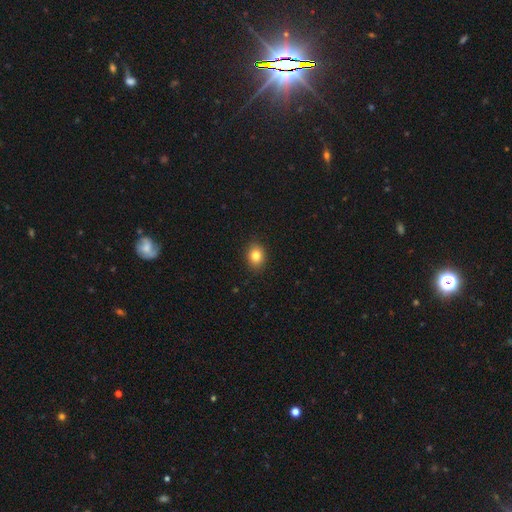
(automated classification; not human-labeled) smooth 82%, star or artifact 11%, featured or disk 7%. Down the decision tree: how rounded — round (50%); merging — none (90%).